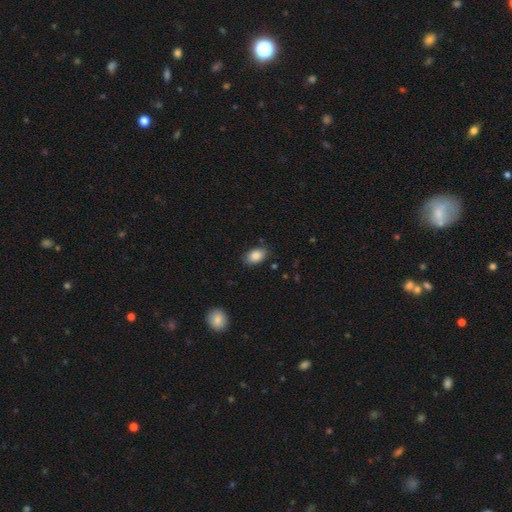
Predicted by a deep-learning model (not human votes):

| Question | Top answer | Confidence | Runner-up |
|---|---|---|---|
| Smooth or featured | smooth | 87% | star or artifact (7%) |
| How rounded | in between | 88% | round (10%) |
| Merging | none | 81% | minor disturbance (15%) |